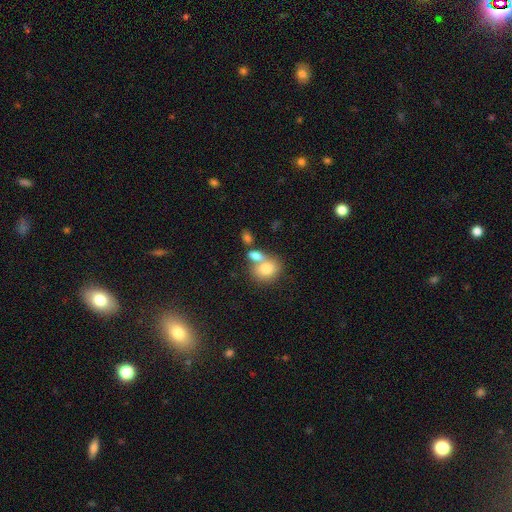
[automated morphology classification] Overall: smooth (78%). How rounded: in between (63%; round 35%). Merging: merger (53%; none 33%).